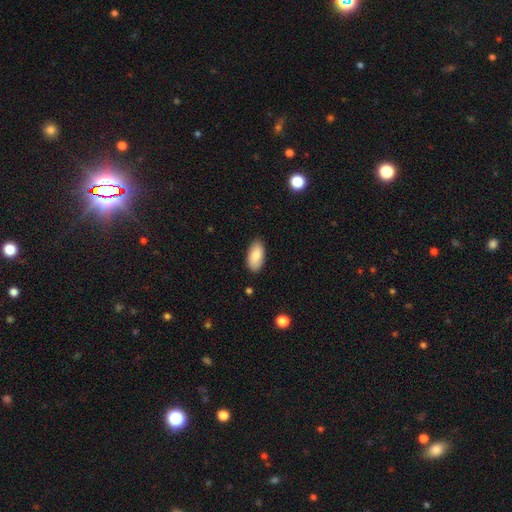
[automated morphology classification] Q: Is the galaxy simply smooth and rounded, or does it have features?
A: smooth — 85%.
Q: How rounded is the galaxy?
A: in between — 93%.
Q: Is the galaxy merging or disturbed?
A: none — 86%.